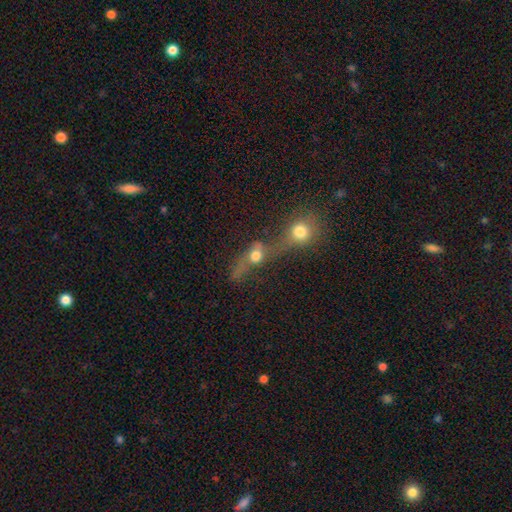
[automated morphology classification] This is likely a smooth galaxy (62%). How rounded: possibly round (53%). Merging: likely merger (67%).